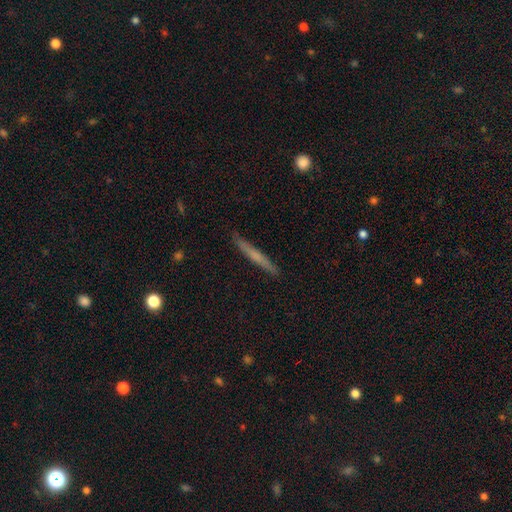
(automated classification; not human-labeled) This appears to be a smooth galaxy with no disk features (50%) that is cigar-shaped (96%). Merging: none (89%).